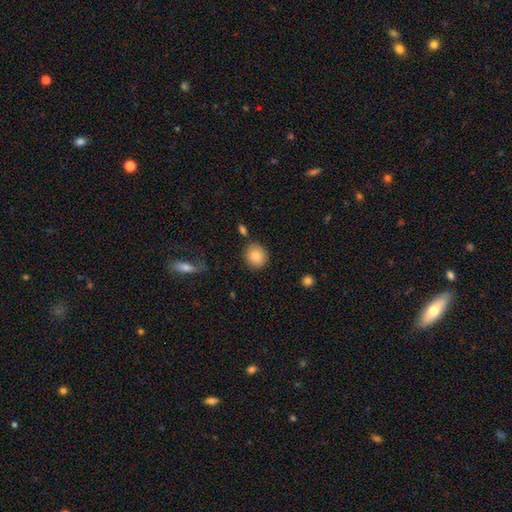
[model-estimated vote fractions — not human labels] Morphology: type=smooth (80%); roundness=round (86%); merging=none (84%).